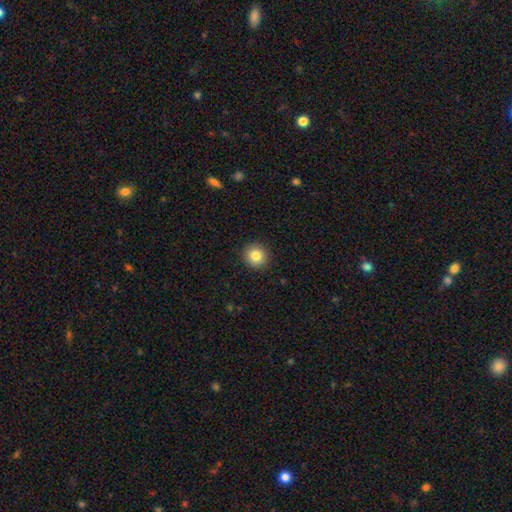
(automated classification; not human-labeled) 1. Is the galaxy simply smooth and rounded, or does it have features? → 83% smooth, 10% star or artifact, 7% featured or disk.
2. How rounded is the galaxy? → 93% round, 6% in between, 1% cigar-shaped.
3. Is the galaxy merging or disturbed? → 92% none, 5% minor disturbance, 2% major disturbance, 1% merger.